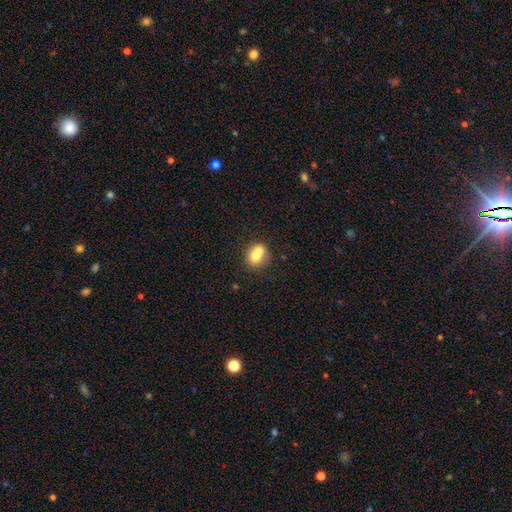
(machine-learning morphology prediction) A smooth galaxy with no disk features (67%) that is round (71%). Merging: merger (57%).